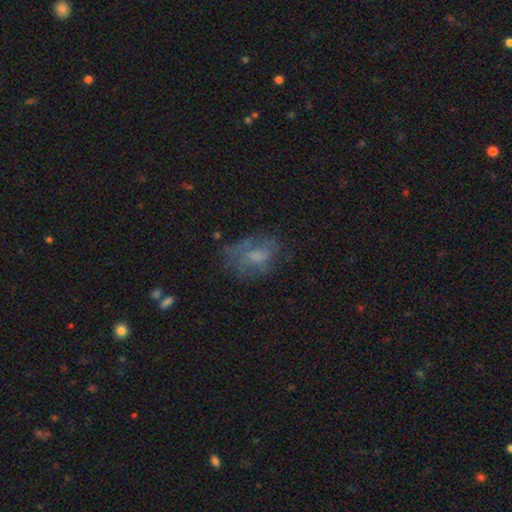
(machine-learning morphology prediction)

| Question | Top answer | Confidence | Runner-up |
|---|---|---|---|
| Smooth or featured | featured or disk | 44% | smooth (43%) |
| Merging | none | 49% | minor disturbance (25%) |